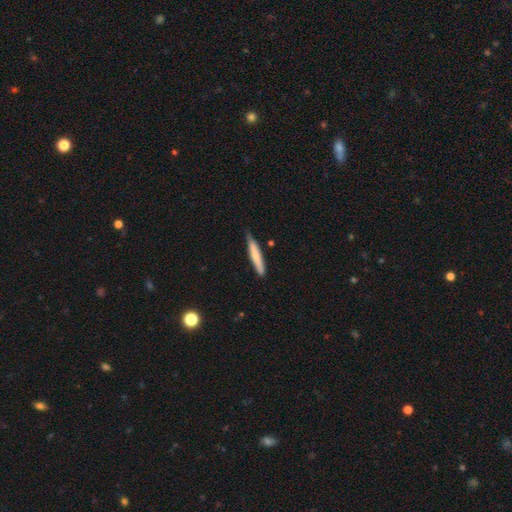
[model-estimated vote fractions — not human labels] This is likely a smooth galaxy (71%). How rounded: clearly cigar-shaped (92%). Merging: likely none (72%).